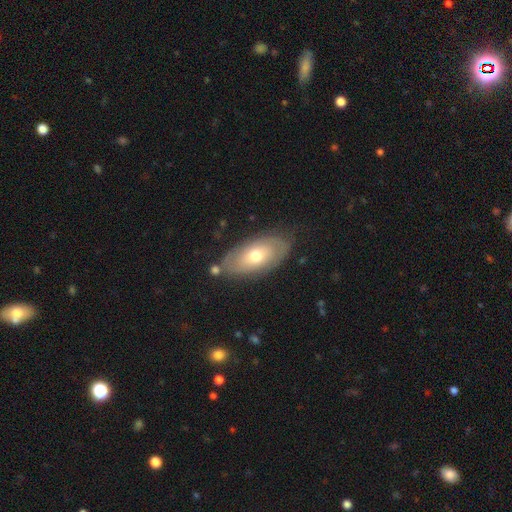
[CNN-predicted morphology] This is possibly a smooth galaxy (51%). How rounded: clearly in between (91%). Merging: likely none (73%).